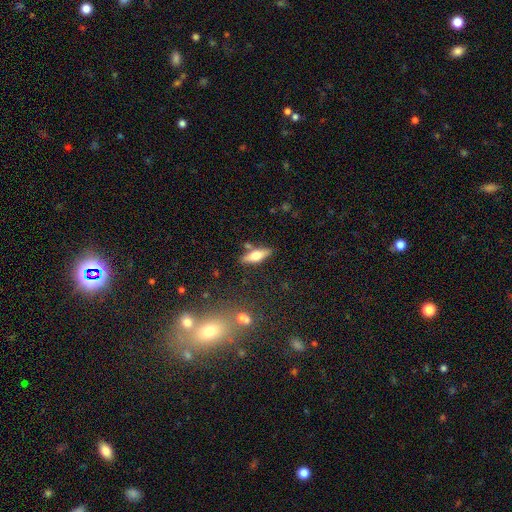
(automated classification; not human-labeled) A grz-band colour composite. It shows a smooth galaxy with no disk features (52%) that is in between round and cigar-shaped (51%). Merging: none (77%).